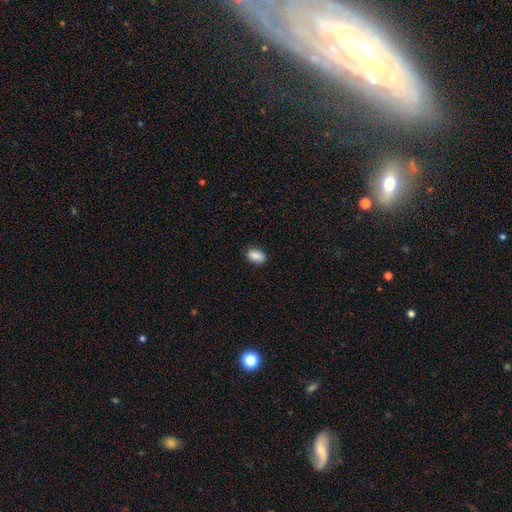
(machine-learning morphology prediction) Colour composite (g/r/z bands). It shows a smooth galaxy with no disk features (89%) that is in between round and cigar-shaped (88%). Merging: none (86%).